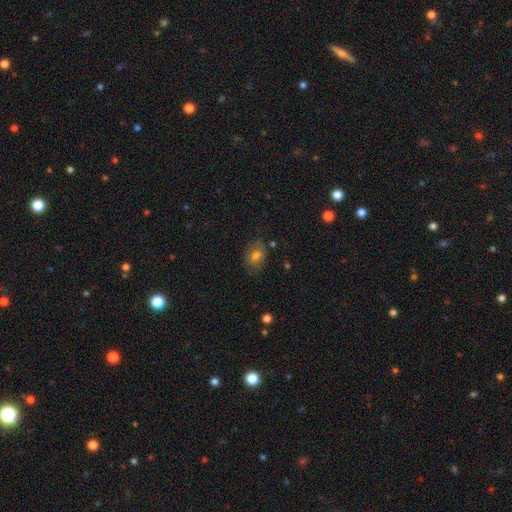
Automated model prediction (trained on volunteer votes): Smooth or featured: smooth — 65% (featured or disk — 24%)
How rounded: in between — 74% (round — 25%)
Merging: none — 67% (minor disturbance — 22%)